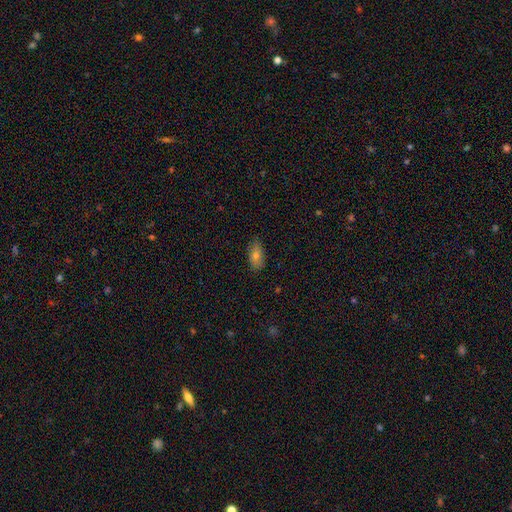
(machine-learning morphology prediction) smooth-or-featured: smooth: 71% | featured or disk: 17% | star or artifact: 12%
  how-rounded: in between: 87% | cigar-shaped: 7% | round: 6%
  merging: none: 82% | minor disturbance: 15% | major disturbance: 2% | merger: 1%